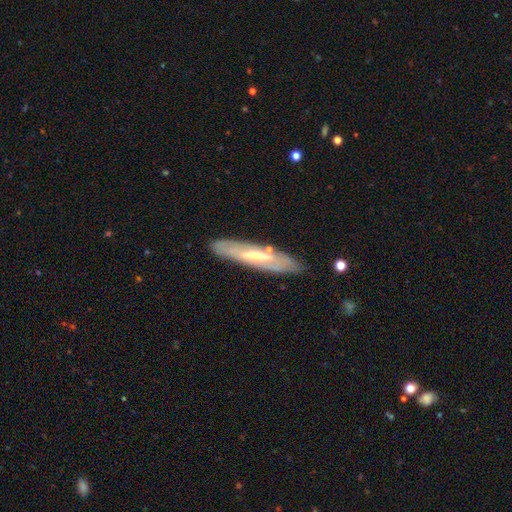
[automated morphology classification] featured or disk 63%, smooth 30%, star or artifact 6%. Down the decision tree: edge-on disk — yes (52%); merging — none (81%).